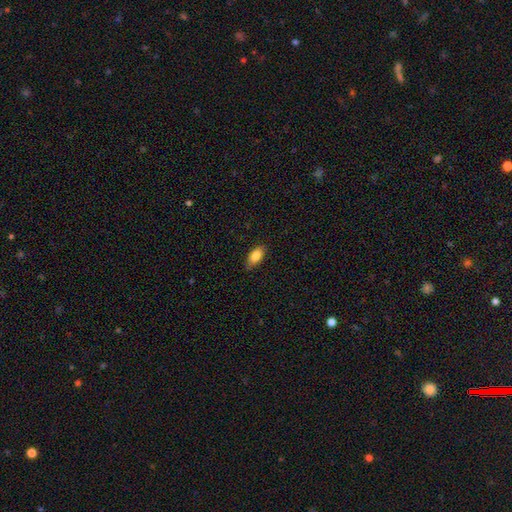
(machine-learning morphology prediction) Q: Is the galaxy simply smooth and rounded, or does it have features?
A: smooth — 85%.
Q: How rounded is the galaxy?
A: in between — 88%.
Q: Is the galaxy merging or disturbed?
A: none — 81%.